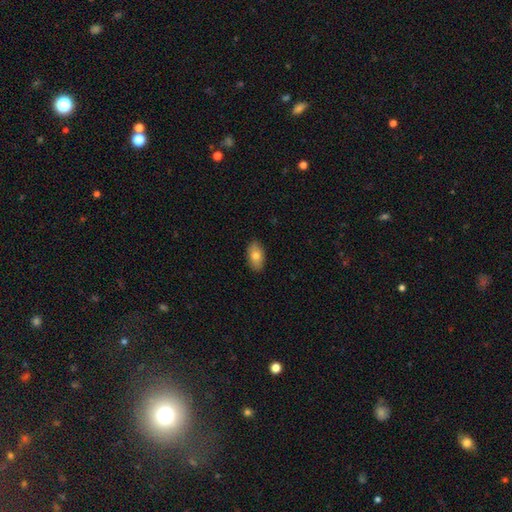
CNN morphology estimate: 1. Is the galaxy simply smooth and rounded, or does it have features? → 78% smooth, 15% featured or disk, 7% star or artifact.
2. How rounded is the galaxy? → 93% in between, 5% round, 2% cigar-shaped.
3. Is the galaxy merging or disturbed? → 88% none, 9% minor disturbance, 2% major disturbance, 1% merger.